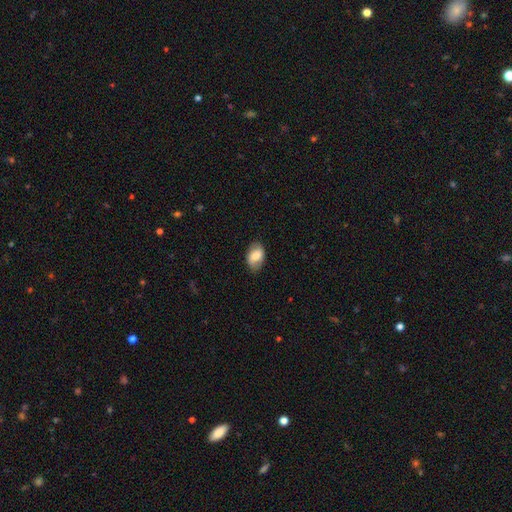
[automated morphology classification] Overall: smooth (74%). How rounded: in between (89%). Merging: none (79%).